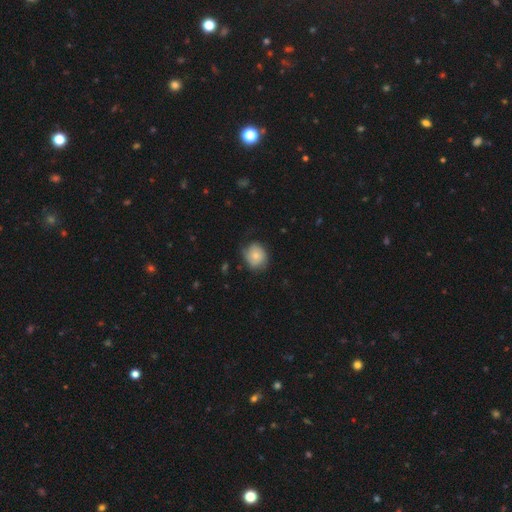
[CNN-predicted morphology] Smooth or featured? smooth (65%)
How rounded? round (72%)
Merging? none (63%)